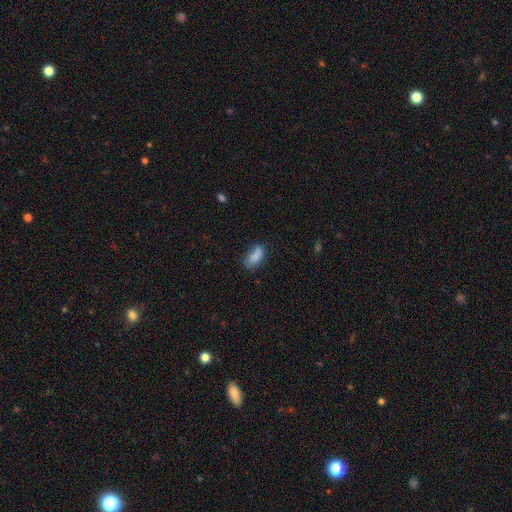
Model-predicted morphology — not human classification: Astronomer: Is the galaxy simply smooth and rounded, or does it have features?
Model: smooth — 85%.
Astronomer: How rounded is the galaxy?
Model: in between — 86%.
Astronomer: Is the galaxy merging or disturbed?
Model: none — 57%.